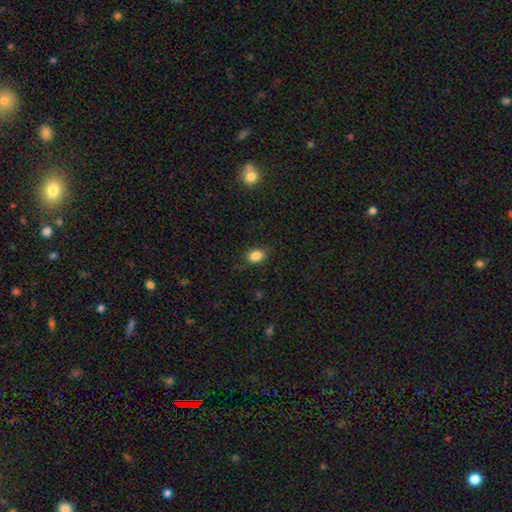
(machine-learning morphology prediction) Smooth or featured? smooth (85%)
How rounded? in between (75%)
Merging? none (83%)